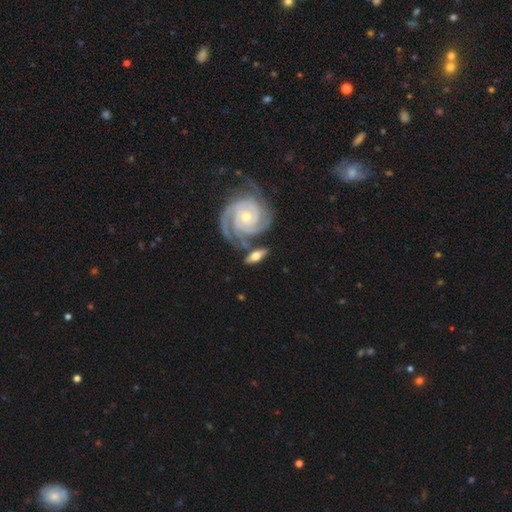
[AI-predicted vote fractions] Smooth or featured?
  - featured or disk: 66% *
  - smooth: 28%
  - star or artifact: 6%
Edge-on disk?
  - no: 84% *
  - yes: 16%
Bar?
  - no: 66% *
  - weak: 23%
  - strong: 11%
Spiral arms?
  - yes: 91% *
  - no: 9%
Spiral winding?
  - tight: 71% *
  - medium: 23%
  - loose: 6%
Spiral arm count?
  - 2: 44% *
  - 3: 27%
  - can't tell: 14%
  - 4: 7%
  - 1: 4%
  - more than 4: 3%
Bulge size?
  - small: 45% * (tied)
  - moderate: 45% * (tied)
  - large: 6%
  - none: 2%
  - dominant: 2%
Merging?
  - none: 61% *
  - minor disturbance: 17%
  - merger: 16%
  - major disturbance: 6%